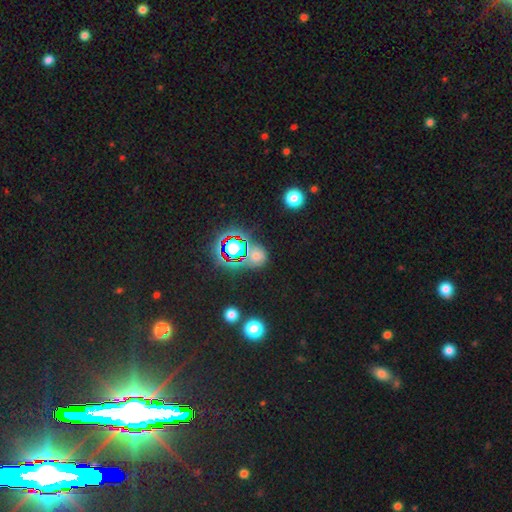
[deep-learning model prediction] smooth-or-featured: star or artifact: 47% | smooth: 43% | featured or disk: 10%